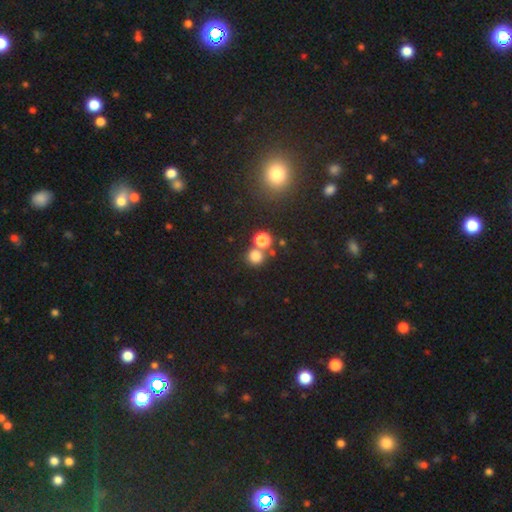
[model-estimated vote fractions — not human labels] Morphology: type=smooth (76%); roundness=round (89%); merging=none (62%).